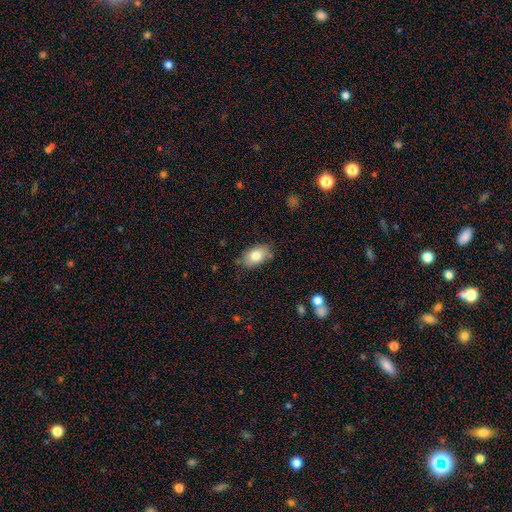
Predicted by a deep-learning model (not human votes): This is likely a smooth galaxy (79%). How rounded: clearly in between (90%). Merging: likely none (80%).